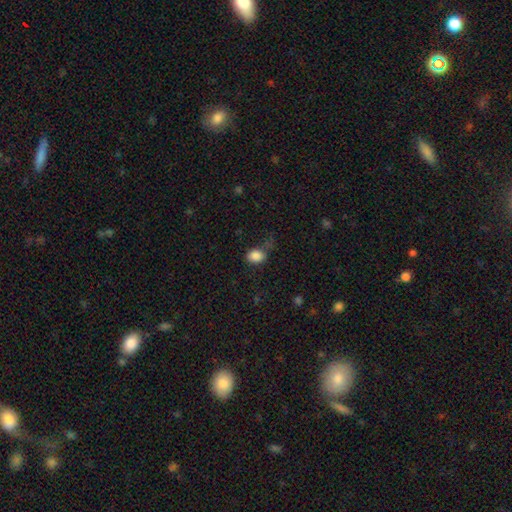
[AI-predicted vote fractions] This is clearly a smooth galaxy (86%). How rounded: likely in between (68%). Merging: likely none (64%).